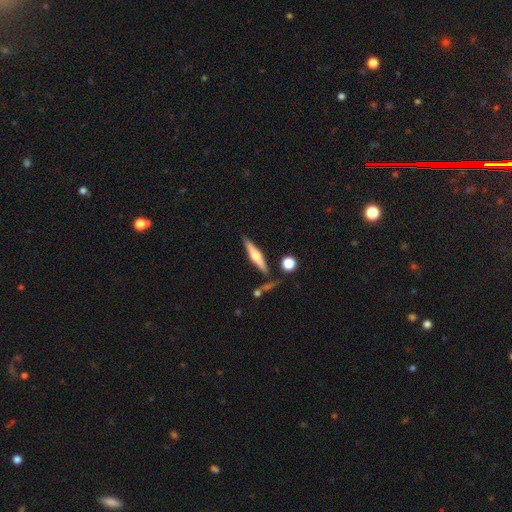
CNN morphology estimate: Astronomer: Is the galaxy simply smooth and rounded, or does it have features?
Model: featured or disk — 60%.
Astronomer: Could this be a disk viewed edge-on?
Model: yes — 96%.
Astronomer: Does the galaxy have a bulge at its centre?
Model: rounded — 89%.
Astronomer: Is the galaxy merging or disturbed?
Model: none — 79%.